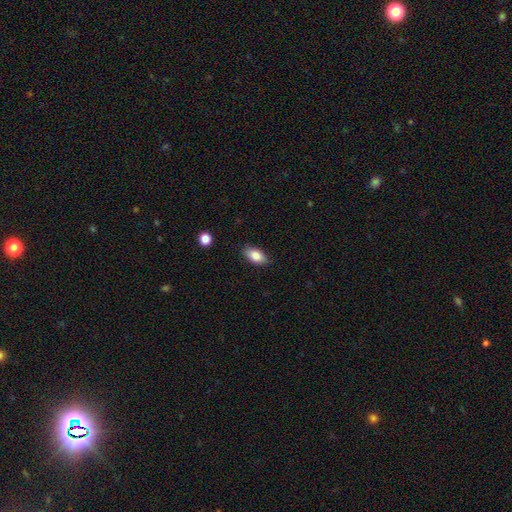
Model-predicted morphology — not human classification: This is clearly a smooth galaxy (83%). How rounded: clearly in between (91%). Merging: clearly none (85%).